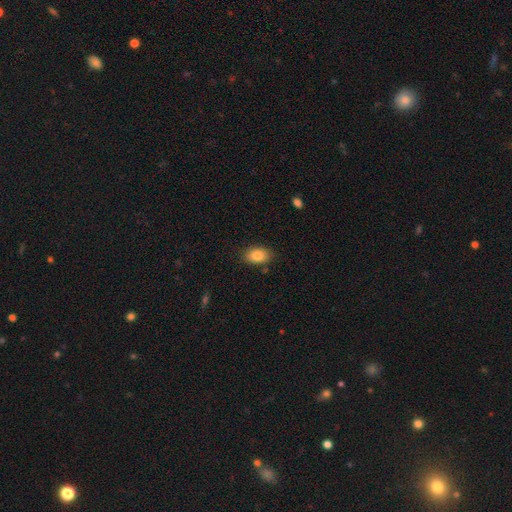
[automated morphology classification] The model was most divided on "merging": none: 83%, minor disturbance: 13%, major disturbance: 3%, merger: 2%. More confident: how rounded — in between (89%); smooth or featured — smooth (85%).